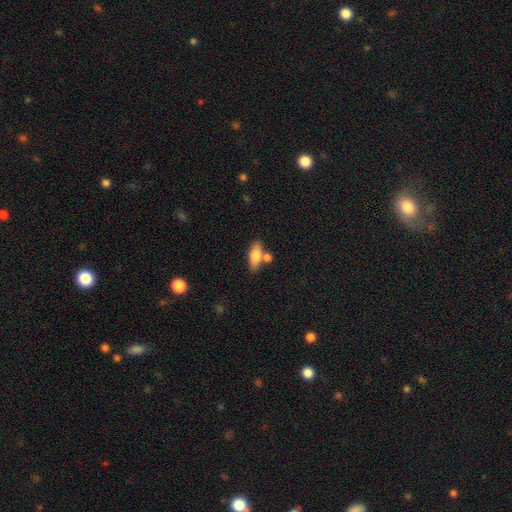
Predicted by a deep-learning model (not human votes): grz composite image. It shows a smooth galaxy with no disk features (75%) that is in between round and cigar-shaped (75%). Merging: none (62%).